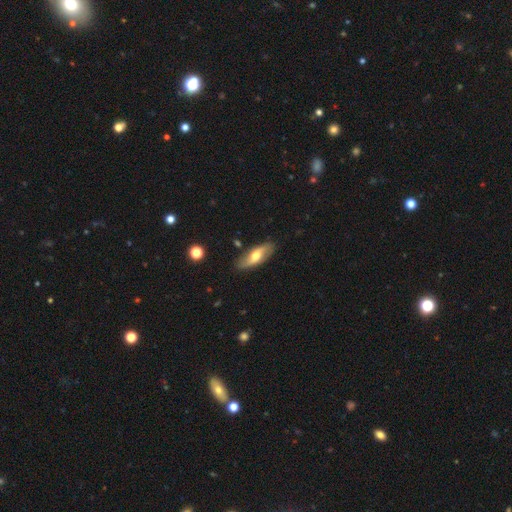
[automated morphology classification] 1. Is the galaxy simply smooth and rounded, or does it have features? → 47% featured or disk (tied), 47% smooth (tied), 6% star or artifact.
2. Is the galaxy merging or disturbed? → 83% none, 12% minor disturbance, 2% major disturbance, 2% merger.